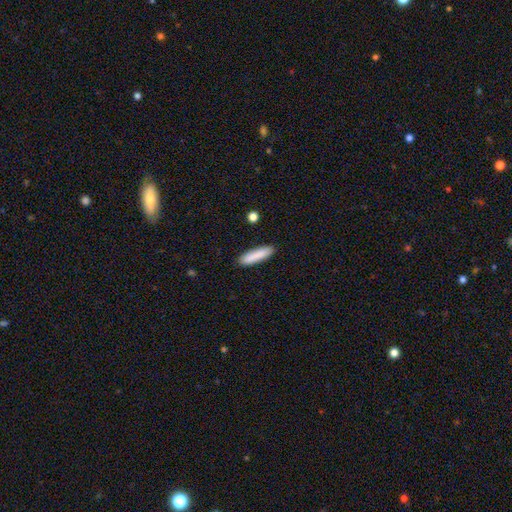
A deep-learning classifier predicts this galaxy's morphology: Smooth or featured? smooth (87%)
How rounded? cigar-shaped (77%)
Merging? none (88%)